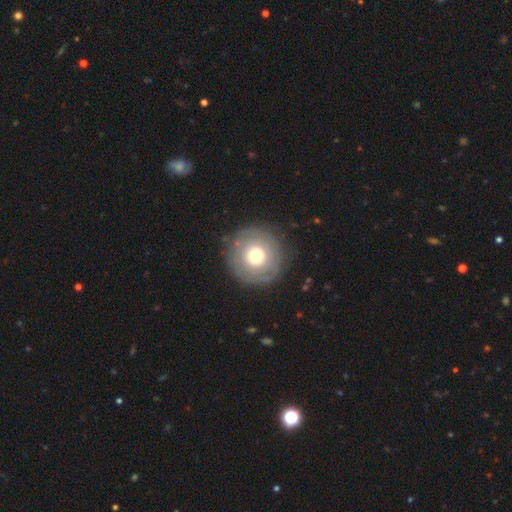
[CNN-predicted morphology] smooth_or_featured: smooth (p=0.59) [alt: featured or disk p=0.33]
how_rounded: round (p=0.95) [alt: in between p=0.04]
merging: none (p=0.83) [alt: minor disturbance p=0.11]